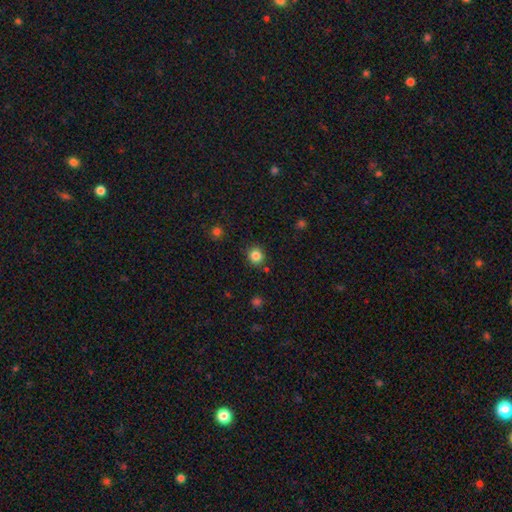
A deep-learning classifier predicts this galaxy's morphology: Q: Smooth or featured?
A: smooth (84%); runner-up: star or artifact (12%)
Q: How rounded?
A: round (91%); runner-up: in between (8%)
Q: Merging?
A: none (87%); runner-up: minor disturbance (7%)